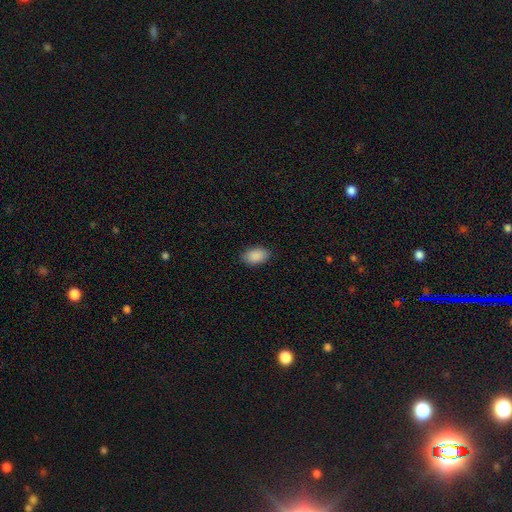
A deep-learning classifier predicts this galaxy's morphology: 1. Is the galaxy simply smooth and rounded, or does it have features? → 90% smooth, 7% star or artifact, 3% featured or disk.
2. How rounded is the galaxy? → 92% in between, 6% round, 1% cigar-shaped.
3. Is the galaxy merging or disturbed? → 88% none, 8% minor disturbance, 2% major disturbance, 1% merger.